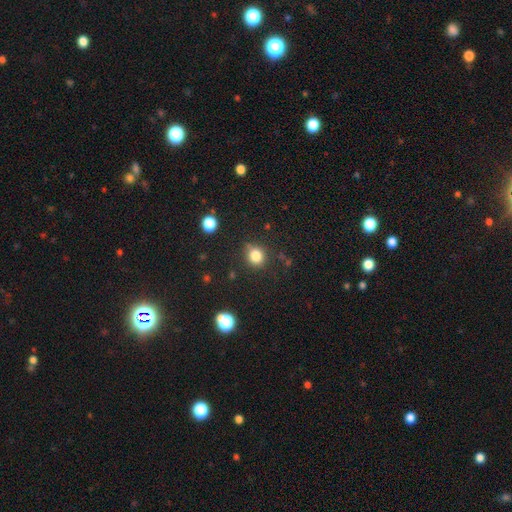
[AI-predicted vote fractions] Morphology: type=smooth (82%); roundness=round (78%); merging=none (79%).